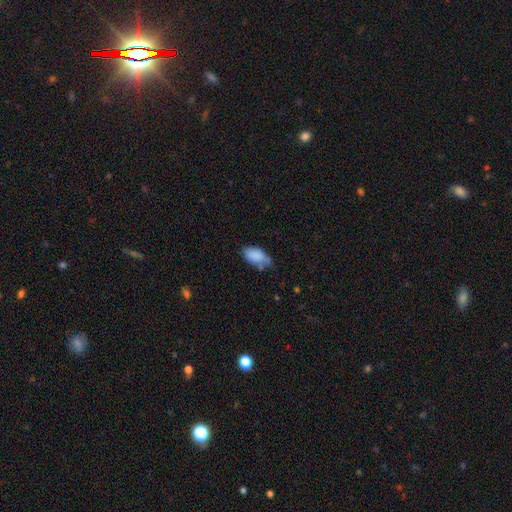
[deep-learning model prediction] Smooth or featured: smooth — 82% (featured or disk — 10%)
How rounded: in between — 93% (round — 4%)
Merging: none — 51% (minor disturbance — 35%)